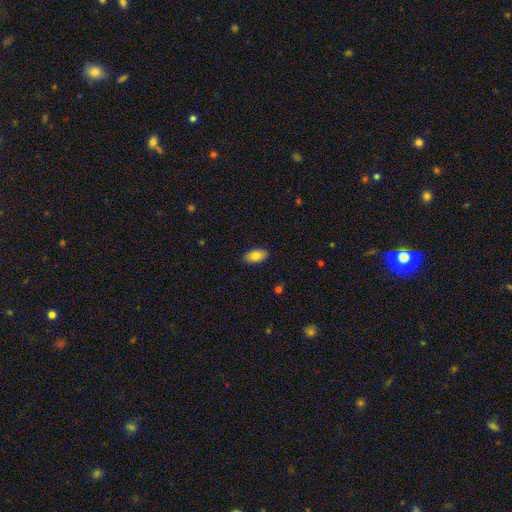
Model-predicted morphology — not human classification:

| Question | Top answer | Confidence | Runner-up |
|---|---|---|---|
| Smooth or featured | smooth | 83% | featured or disk (11%) |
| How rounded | in between | 93% | cigar-shaped (3%) |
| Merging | none | 88% | minor disturbance (9%) |